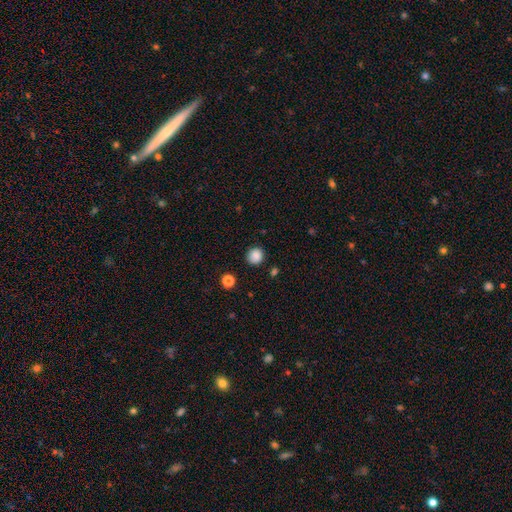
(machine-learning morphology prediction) type=smooth (86%); roundness=round (91%); merging=none (87%).